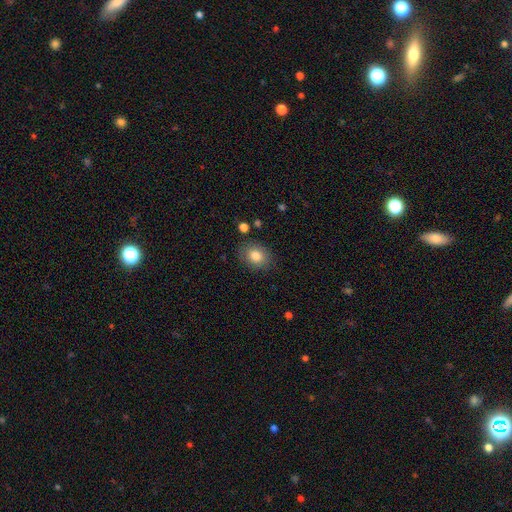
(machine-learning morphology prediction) smooth-or-featured: smooth: 83% | star or artifact: 9% | featured or disk: 8%
  how-rounded: in between: 51% | round: 48% | cigar-shaped: 1%
  merging: none: 84% | minor disturbance: 11% | major disturbance: 3% | merger: 2%